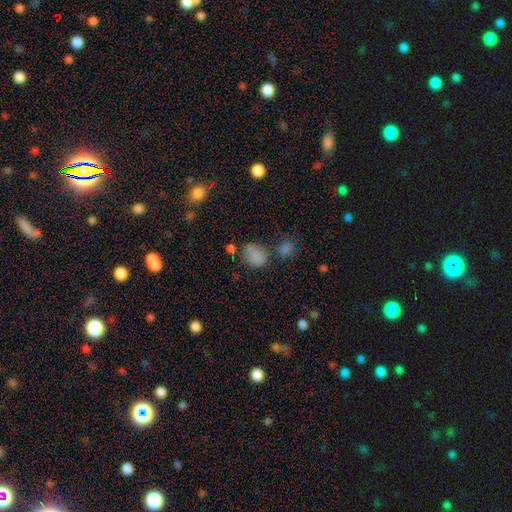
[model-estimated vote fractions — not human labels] smooth-or-featured: smooth: 79% | star or artifact: 14% | featured or disk: 7%
  how-rounded: in between: 51% | round: 48% | cigar-shaped: 1%
  merging: none: 55% | minor disturbance: 22% | merger: 14% | major disturbance: 9%